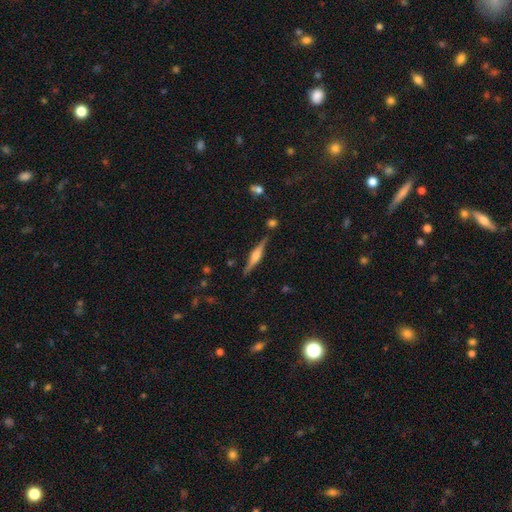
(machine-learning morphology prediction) Q: Smooth or featured?
A: featured or disk (73%); runner-up: smooth (21%)
Q: Edge-on disk?
A: yes (97%); runner-up: no (3%)
Q: Edge-on bulge?
A: rounded (71%); runner-up: boxy (24%)
Q: Merging?
A: none (85%); runner-up: minor disturbance (10%)